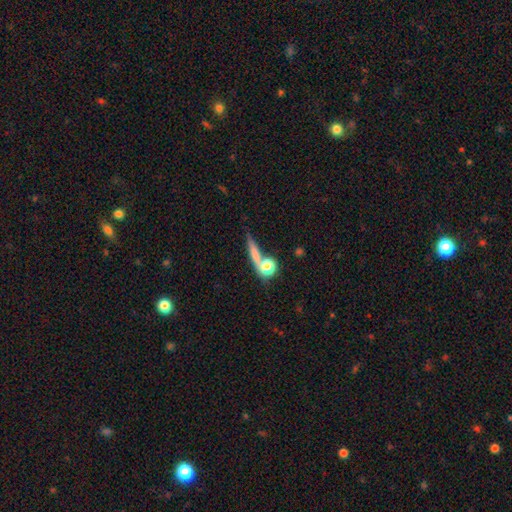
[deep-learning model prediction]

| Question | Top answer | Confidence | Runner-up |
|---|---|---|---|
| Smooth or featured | smooth | 64% | featured or disk (24%) |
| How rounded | cigar-shaped | 51% | round (34%) |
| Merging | none | 62% | merger (21%) |